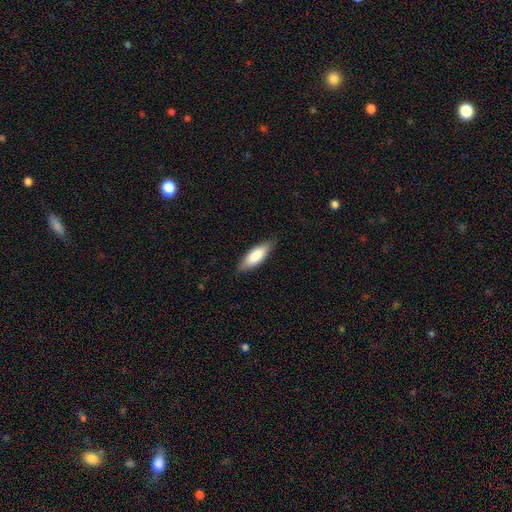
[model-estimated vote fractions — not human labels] smooth 82%, featured or disk 13%, star or artifact 5%. Down the decision tree: how rounded — in between (64%); merging — none (84%).